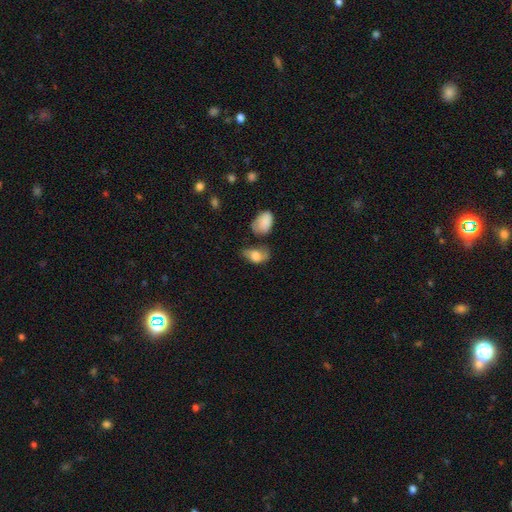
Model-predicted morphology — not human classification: type=smooth (67%); roundness=in between (84%); merging=none (33%).